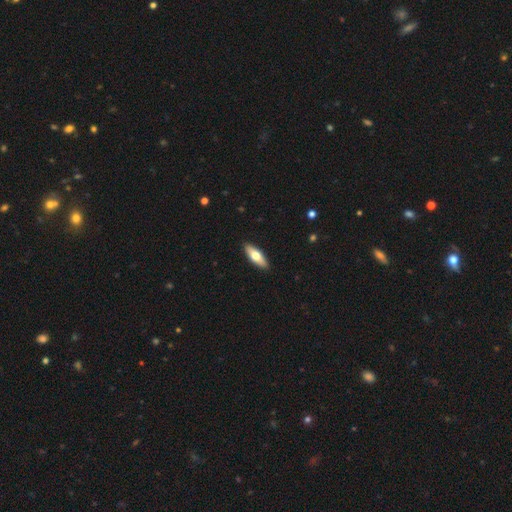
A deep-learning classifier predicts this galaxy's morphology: Smooth or featured? Predicted: smooth (p=0.61). How rounded? Predicted: in between (p=0.60). Merging? Predicted: none (p=0.91).